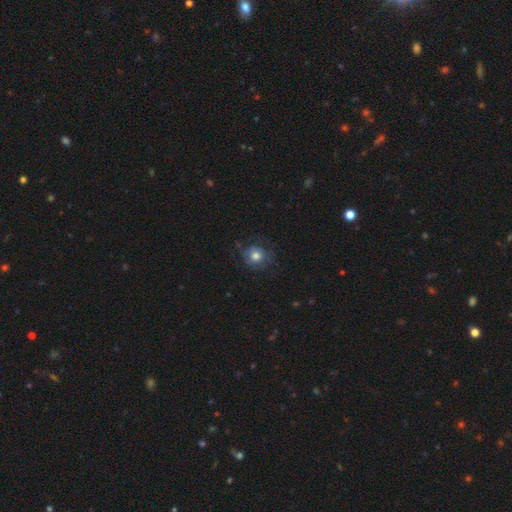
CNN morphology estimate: smooth-or-featured: smooth: 68% | featured or disk: 21% | star or artifact: 11%
  how-rounded: round: 87% | in between: 12% | cigar-shaped: 1%
  merging: none: 68% | minor disturbance: 19% | major disturbance: 11% | merger: 1%